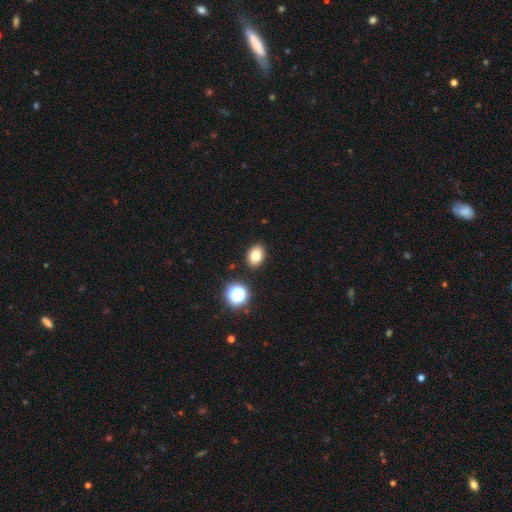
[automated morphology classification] Smooth or featured? Predicted: smooth (p=0.78). How rounded? Predicted: in between (p=0.73). Merging? Predicted: none (p=0.88).